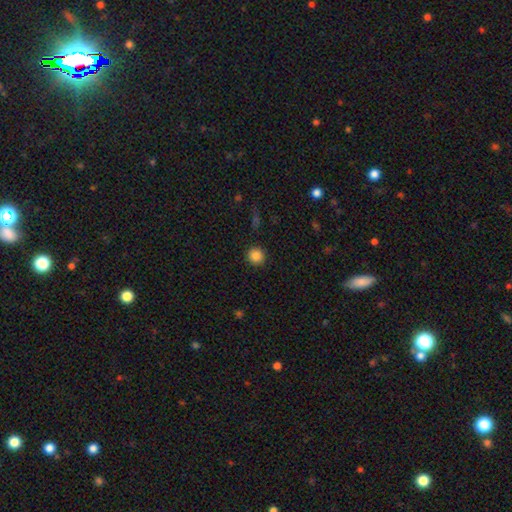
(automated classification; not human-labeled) This is clearly a smooth galaxy (85%). How rounded: clearly round (94%). Merging: clearly none (92%).